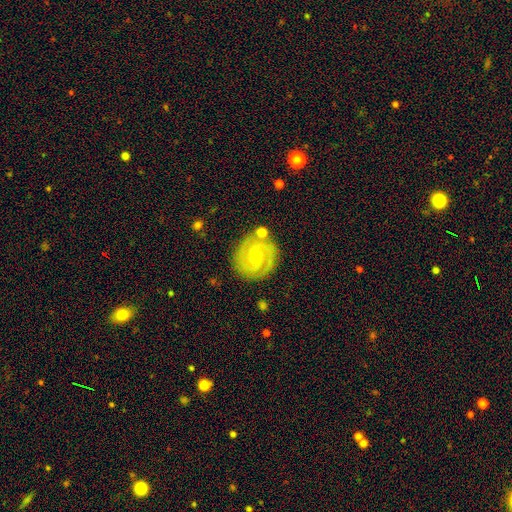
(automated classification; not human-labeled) Morphology: type=featured or disk (82%); edge-on=no (97%); bar=weak (45%); spiral arms=yes (95%); winding=tight (55%); arm count=2 (79%); bulge=small (66%); merging=none (80%).